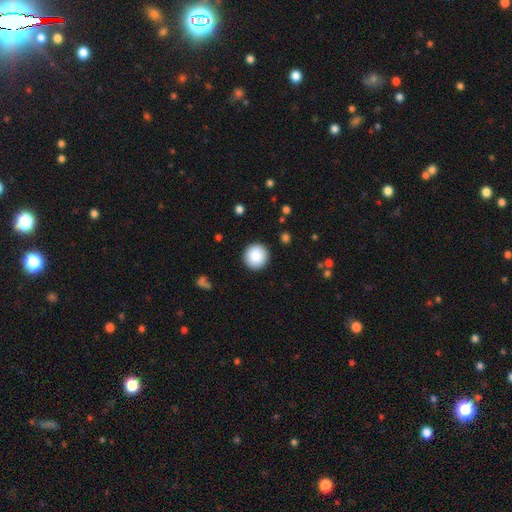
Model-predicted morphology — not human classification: A smooth galaxy with no disk features (88%) that is round (95%).

Vote fractions:
- Smooth or featured? smooth: 88% / star or artifact: 8% / featured or disk: 4%
- How rounded? round: 95% / in between: 4% / cigar-shaped: 1%
- Merging? none: 92% / minor disturbance: 5% / major disturbance: 2% / merger: 1%